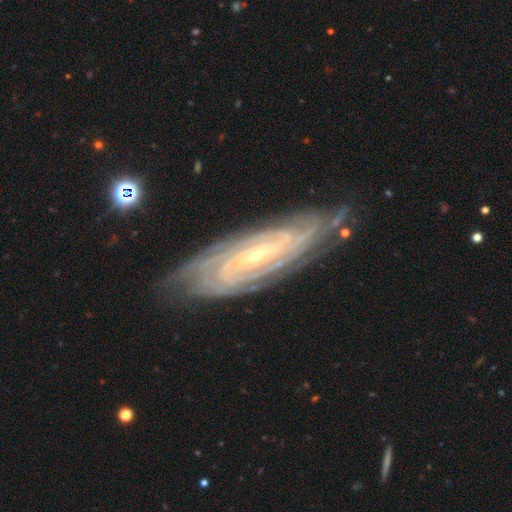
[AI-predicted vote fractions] Overall: featured or disk (88%). Edge-on disk: no (87%). Bar: no (42%; weak 37%). Spiral arms: yes (97%). Spiral arm count: can't tell (34%; 4 18%). Spiral winding: tight (77%). Bulge size: small (80%). Merging: none (79%).